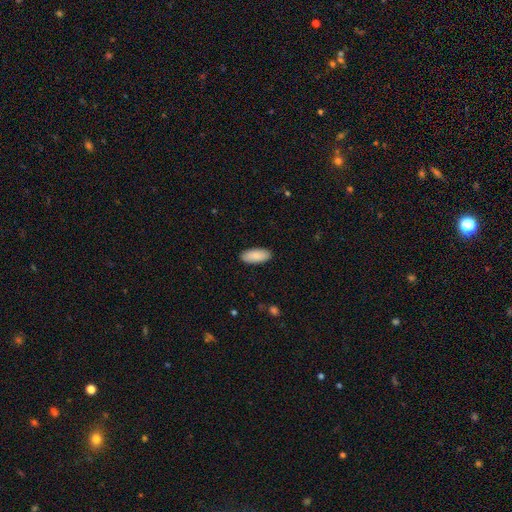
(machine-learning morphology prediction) smooth 90%, star or artifact 5%, featured or disk 5%. Down the decision tree: how rounded — in between (89%); merging — none (90%).